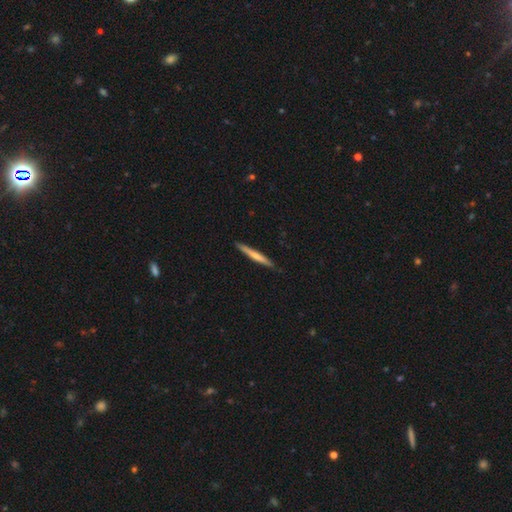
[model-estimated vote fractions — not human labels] smooth_or_featured: smooth (p=0.59) [alt: featured or disk p=0.36]
how_rounded: cigar-shaped (p=0.96) [alt: in between p=0.03]
merging: none (p=0.89) [alt: minor disturbance p=0.08]